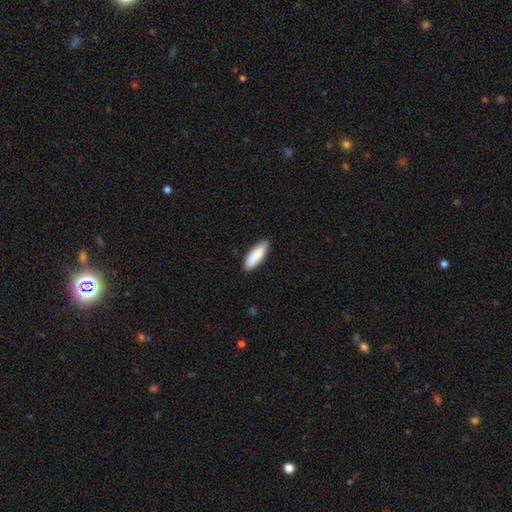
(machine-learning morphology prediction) Q: Smooth or featured?
A: smooth (88%); runner-up: featured or disk (7%)
Q: How rounded?
A: in between (51%); runner-up: cigar-shaped (48%)
Q: Merging?
A: none (87%); runner-up: minor disturbance (10%)